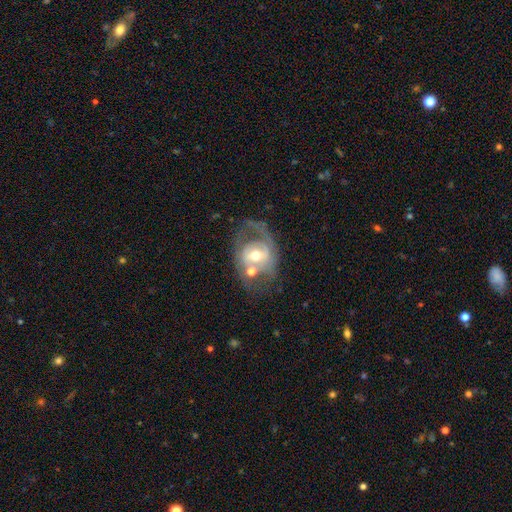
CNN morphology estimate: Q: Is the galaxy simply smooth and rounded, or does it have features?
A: featured or disk — 72%.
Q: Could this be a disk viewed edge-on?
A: no — 96%.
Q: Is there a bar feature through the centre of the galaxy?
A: no — 42%.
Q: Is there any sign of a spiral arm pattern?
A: yes — 63%.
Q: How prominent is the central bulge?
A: moderate — 67%.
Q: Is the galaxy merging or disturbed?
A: none — 38%.